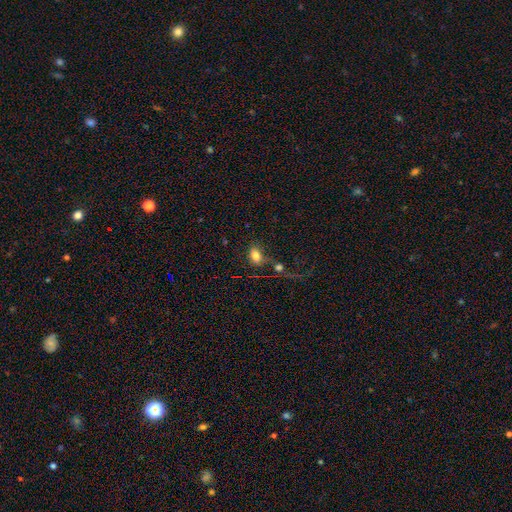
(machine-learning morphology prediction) Overall: smooth (79%). How rounded: in between (78%). Merging: none (48%; merger 27%).